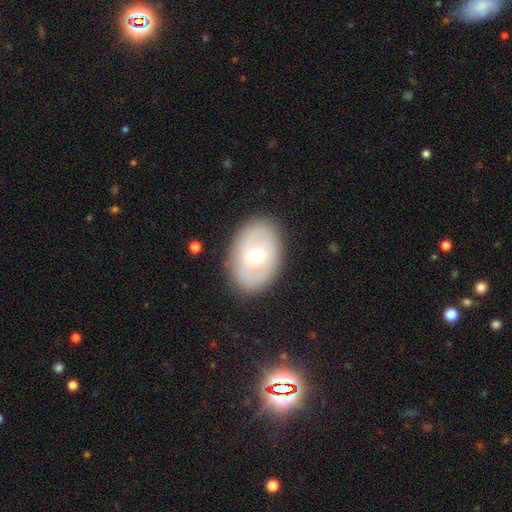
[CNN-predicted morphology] Smooth or featured? smooth (48%)
Merging? none (83%)